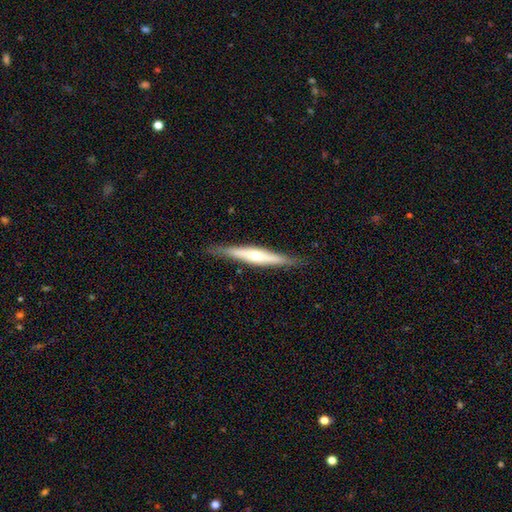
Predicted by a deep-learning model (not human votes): smooth-or-featured: featured or disk: 63% | smooth: 32% | star or artifact: 6%
  disk-edge-on: yes: 93% | no: 7%
    edge-on-bulge: rounded: 80% | none: 14% | boxy: 6%
  merging: none: 87% | minor disturbance: 10% | major disturbance: 2% | merger: 1%